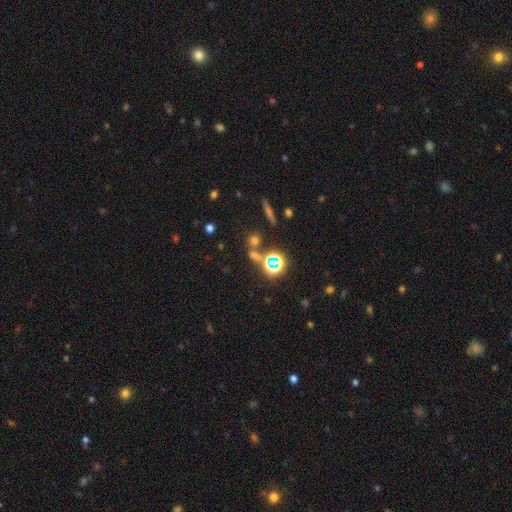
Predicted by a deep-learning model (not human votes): Smooth or featured?
  - star or artifact: 56% *
  - smooth: 30%
  - featured or disk: 14%